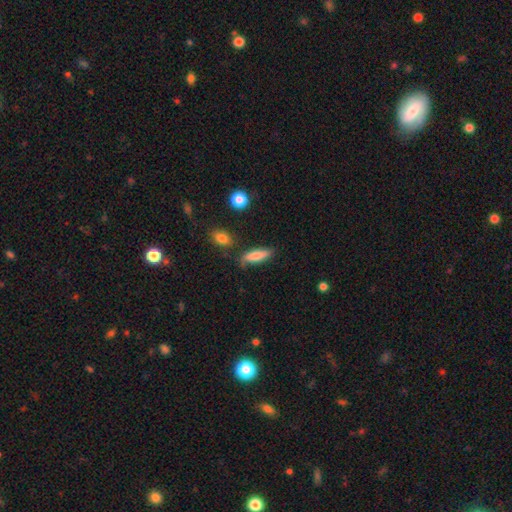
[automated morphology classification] The model was most divided on "how rounded": cigar-shaped: 53%, in between: 45%, round: 3%. More confident: smooth or featured — smooth (76%); merging — none (66%).